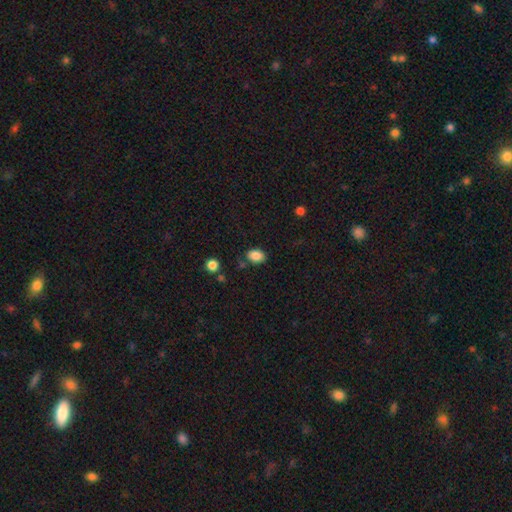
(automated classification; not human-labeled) Q: Smooth or featured?
A: smooth (86%); runner-up: star or artifact (9%)
Q: How rounded?
A: in between (76%); runner-up: round (23%)
Q: Merging?
A: none (78%); runner-up: minor disturbance (14%)